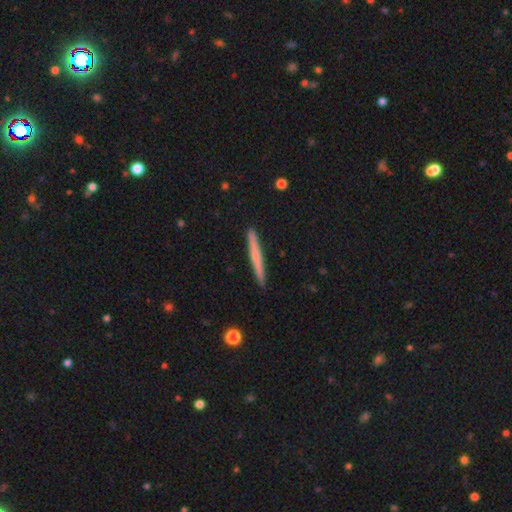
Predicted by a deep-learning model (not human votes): Morphology: type=smooth (53%); roundness=cigar-shaped (97%); merging=none (91%).